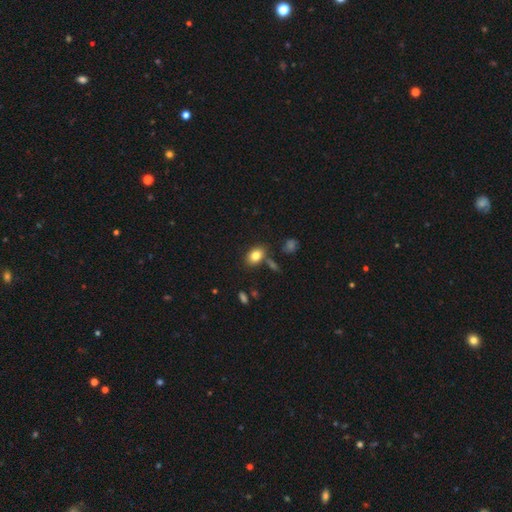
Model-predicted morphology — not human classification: Smooth or featured: smooth — 81% (featured or disk — 10%)
How rounded: in between — 79% (round — 19%)
Merging: none — 76% (minor disturbance — 13%)